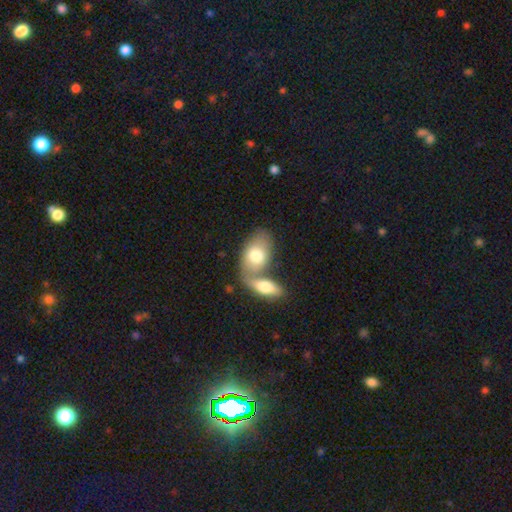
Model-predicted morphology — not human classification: Q: Smooth or featured?
A: smooth (71%); runner-up: featured or disk (24%)
Q: How rounded?
A: in between (90%); runner-up: round (7%)
Q: Merging?
A: merger (54%); runner-up: none (32%)